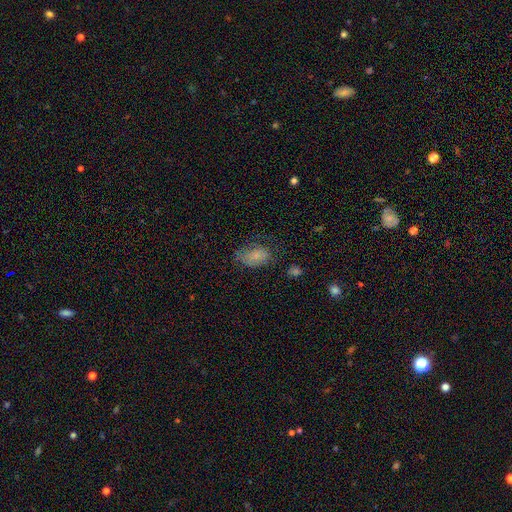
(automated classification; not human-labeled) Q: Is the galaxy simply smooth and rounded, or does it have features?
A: smooth — 75%.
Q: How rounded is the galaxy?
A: in between — 89%.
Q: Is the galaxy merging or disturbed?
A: none — 52%.